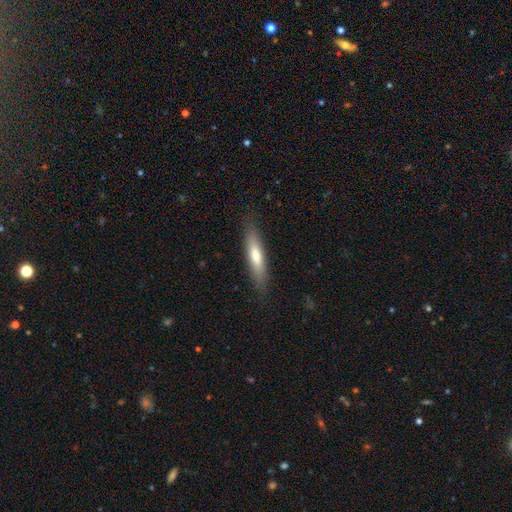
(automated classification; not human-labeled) This is likely a smooth galaxy (63%). How rounded: clearly cigar-shaped (81%). Merging: clearly none (86%).